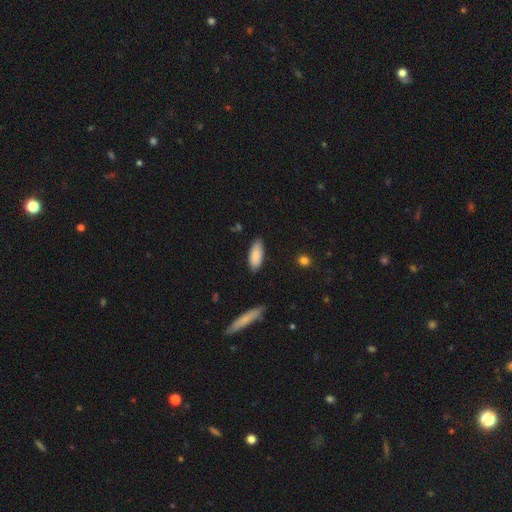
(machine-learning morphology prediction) Smooth or featured? smooth (86%)
How rounded? in between (80%)
Merging? none (84%)